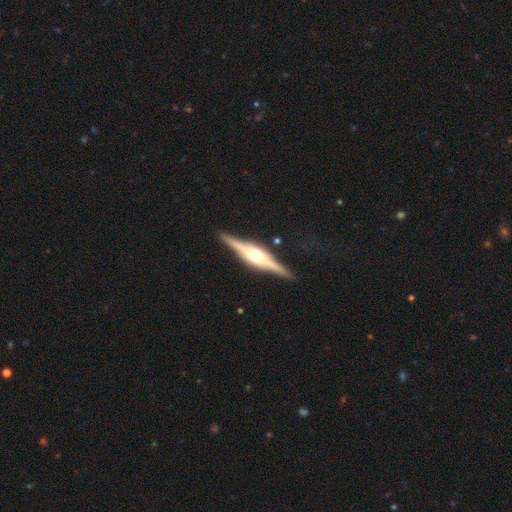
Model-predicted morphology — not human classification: Smooth or featured?
  - featured or disk: 84% *
  - smooth: 11%
  - star or artifact: 5%
Edge-on disk?
  - yes: 98% *
  - no: 2%
Edge-on bulge?
  - rounded: 84% *
  - boxy: 14%
  - none: 2%
Merging?
  - none: 88% *
  - minor disturbance: 9%
  - major disturbance: 2%
  - merger: 1%